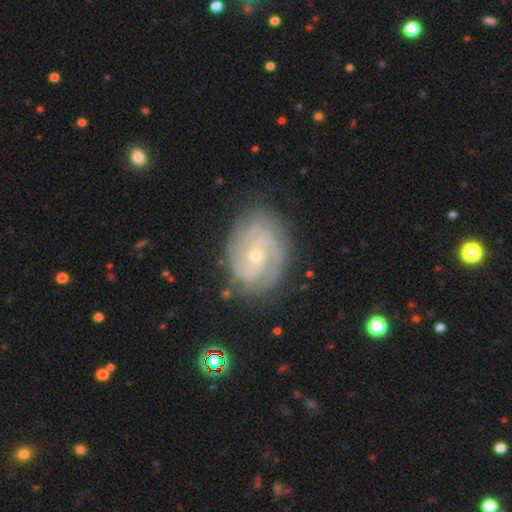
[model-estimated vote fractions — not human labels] featured or disk 87%, smooth 7%, star or artifact 6%. Down the decision tree: edge-on disk — no (97%); bar — no (64%); spiral arms — yes (97%); spiral arm count — 2 (32%); spiral winding — tight (75%); bulge size — small (61%); merging — none (78%).